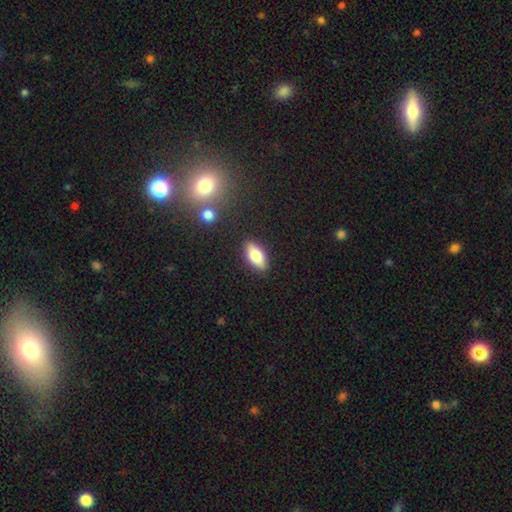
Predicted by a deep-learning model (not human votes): Smooth or featured?
  - smooth: 70% *
  - featured or disk: 22%
  - star or artifact: 8%
How rounded?
  - in between: 83% *
  - cigar-shaped: 14%
  - round: 4%
Merging?
  - none: 87% *
  - minor disturbance: 9%
  - major disturbance: 2%
  - merger: 2%